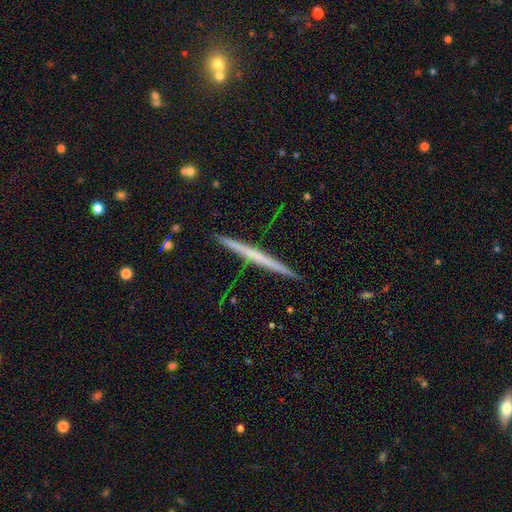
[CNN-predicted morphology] Smooth or featured?
  - featured or disk: 54% *
  - smooth: 40%
  - star or artifact: 6%
Edge-on disk?
  - yes: 98% *
  - no: 2%
Edge-on bulge?
  - none: 87% *
  - rounded: 9%
  - boxy: 4%
Merging?
  - none: 92% *
  - minor disturbance: 6%
  - major disturbance: 1%
  - merger: 1%